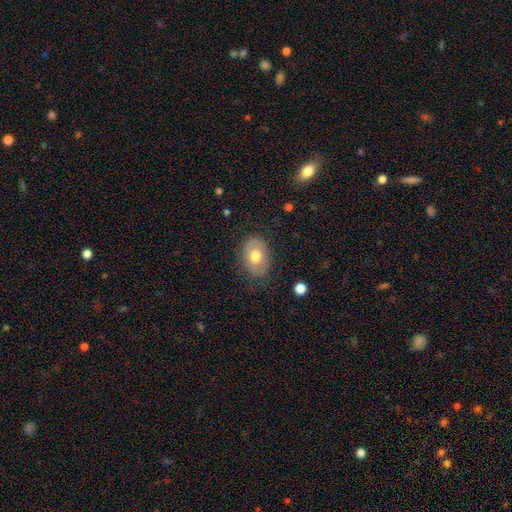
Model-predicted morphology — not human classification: Smooth or featured?
  - smooth: 65% *
  - featured or disk: 27%
  - star or artifact: 7%
How rounded?
  - in between: 75% *
  - round: 24%
  - cigar-shaped: 1%
Merging?
  - none: 74% *
  - minor disturbance: 18%
  - major disturbance: 6%
  - merger: 1%